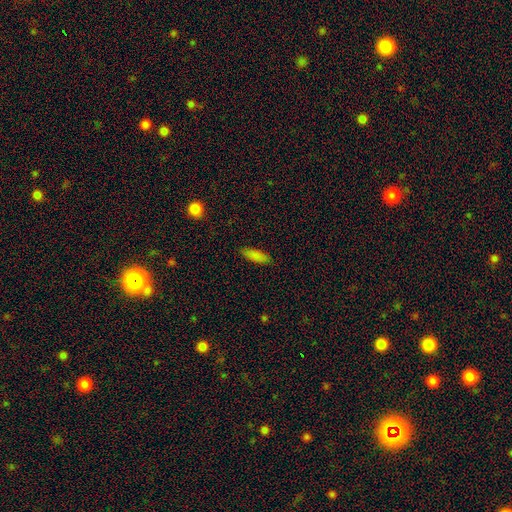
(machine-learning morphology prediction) Overall: smooth (85%). How rounded: in between (62%; cigar-shaped 36%). Merging: none (88%).